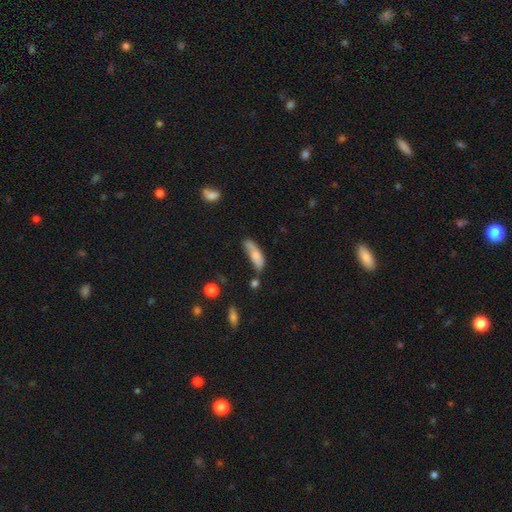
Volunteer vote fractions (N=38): Smooth or featured?
  - smooth: 84% *
  - featured or disk: 13%
  - star or artifact: 3%
How rounded?
  - in between: 53% *
  - cigar-shaped: 47%
  - round: 0%
Merging?
  - merger: 38% *
  - none: 24%
  - minor disturbance: 24%
  - major disturbance: 14%